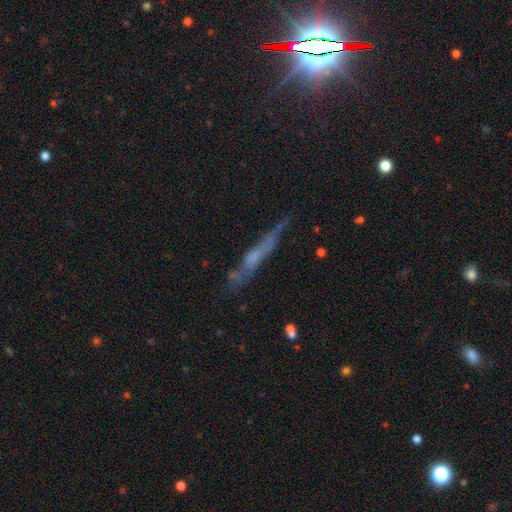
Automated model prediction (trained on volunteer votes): Morphology: type=featured or disk (52%); edge-on=yes (81%); merging=none (63%).